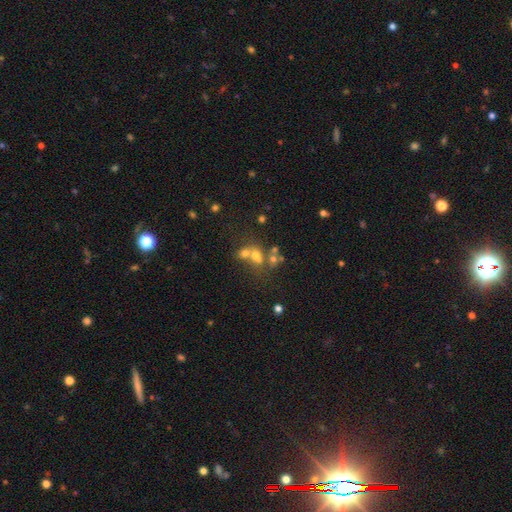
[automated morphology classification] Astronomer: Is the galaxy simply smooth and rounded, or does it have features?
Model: smooth — 54%.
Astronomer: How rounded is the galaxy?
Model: round — 57% (runner-up: in between, 41%).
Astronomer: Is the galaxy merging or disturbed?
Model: merger — 57%.